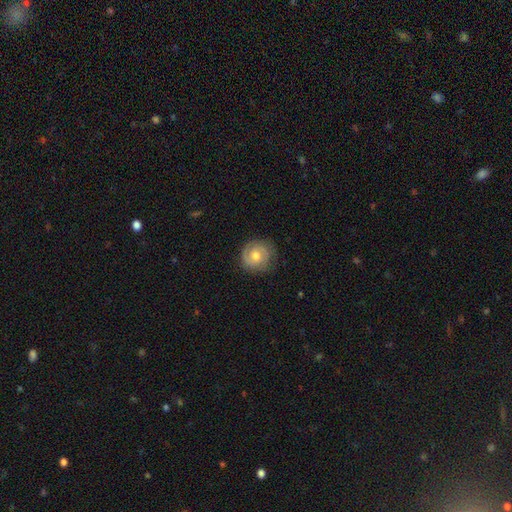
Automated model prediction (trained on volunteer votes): Morphology: type=featured or disk (66%); edge-on=no (97%); bar=no (61%); spiral arms=yes (90%); winding=tight (60%); arm count=2 (67%); bulge=moderate (69%); merging=none (81%).